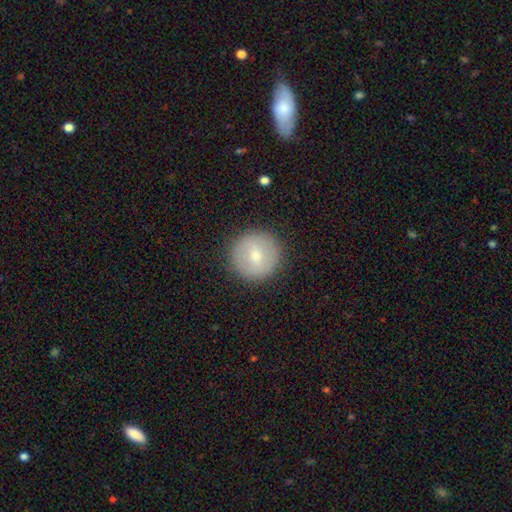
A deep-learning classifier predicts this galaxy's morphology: A smooth galaxy with no disk features (66%) that is round (96%).

Vote fractions:
- Smooth or featured? smooth: 66% / featured or disk: 26% / star or artifact: 8%
- How rounded? round: 96% / in between: 3% / cigar-shaped: 1%
- Merging? none: 90% / minor disturbance: 6% / major disturbance: 2% / merger: 1%